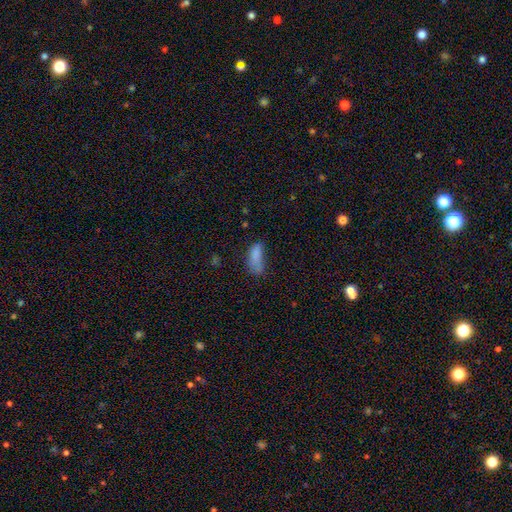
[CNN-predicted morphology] smooth_or_featured: smooth (p=0.78) [alt: star or artifact p=0.11]
how_rounded: in between (p=0.78) [alt: cigar-shaped p=0.19]
merging: none (p=0.35) [alt: minor disturbance p=0.31]